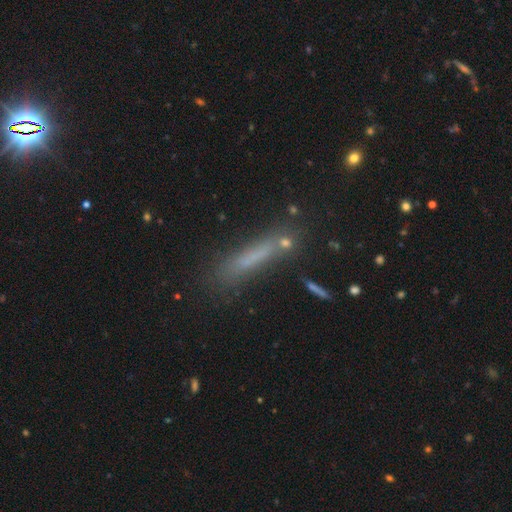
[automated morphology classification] A smooth galaxy with no disk features (57%) that is cigar-shaped (89%). Merging: none (68%).